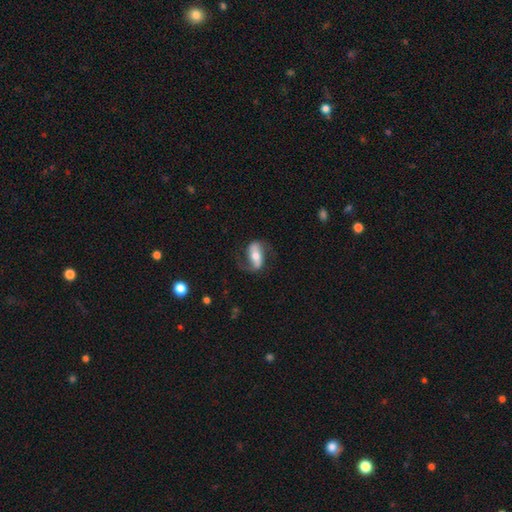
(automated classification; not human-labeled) A featured or disk galaxy (67%) with a strong bar (53%), 2 (85%) loose (50%) spiral arms (86%) and a moderate central bulge (61%).

Vote fractions:
- Smooth or featured? featured or disk: 67% / smooth: 27% / star or artifact: 6%
- Edge-on disk? no: 90% / yes: 10%
- Bar? strong: 53% / weak: 24% / no: 23%
- Spiral arms? yes: 86% / no: 14%
- Spiral winding? loose: 50% / medium: 36% / tight: 13%
- Spiral arm count? 2: 85% / 1: 7% / can't tell: 5% / 3: 1% / 4: 1% / more than 4: 1%
- Bulge size? moderate: 61% / small: 23% / large: 12% / dominant: 2% / none: 2%
- Merging? none: 66% / minor disturbance: 18% / major disturbance: 14% / merger: 2%